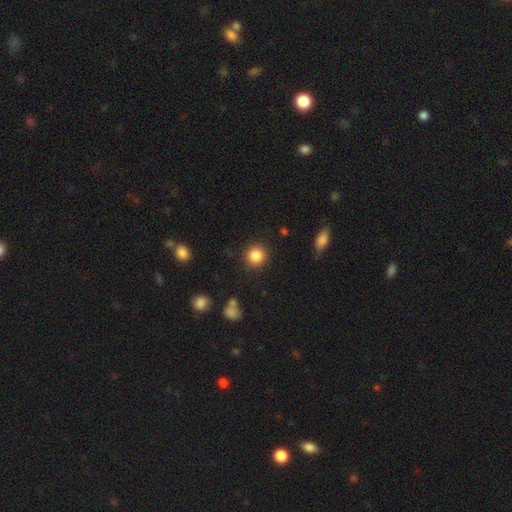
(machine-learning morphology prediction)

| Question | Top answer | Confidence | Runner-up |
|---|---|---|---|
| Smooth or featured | smooth | 86% | star or artifact (10%) |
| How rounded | round | 93% | in between (6%) |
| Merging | none | 89% | minor disturbance (6%) |